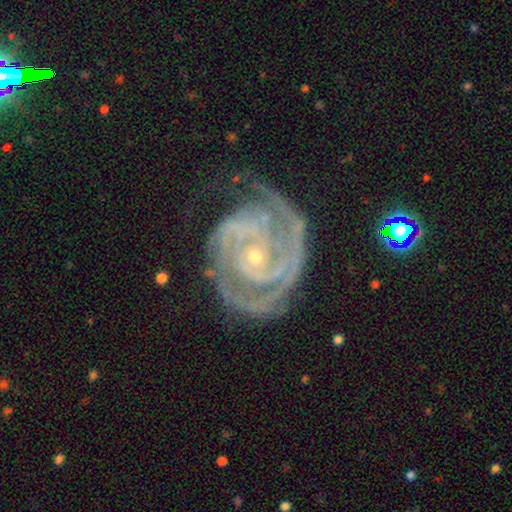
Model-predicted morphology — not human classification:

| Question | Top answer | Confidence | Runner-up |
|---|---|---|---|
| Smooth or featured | featured or disk | 91% | star or artifact (6%) |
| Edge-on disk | no | 97% | yes (3%) |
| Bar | no | 66% | weak (22%) |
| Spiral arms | yes | 98% | no (2%) |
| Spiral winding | tight | 75% | medium (22%) |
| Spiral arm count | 2 | 47% | 3 (21%) |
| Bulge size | small | 82% | moderate (14%) |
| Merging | none | 60% | minor disturbance (24%) |